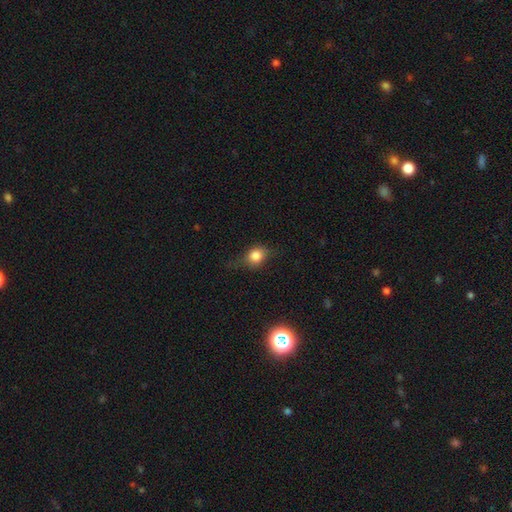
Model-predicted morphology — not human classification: Smooth or featured? Predicted: smooth (p=0.78). How rounded? Predicted: round (p=0.64). Merging? Predicted: none (p=0.62).